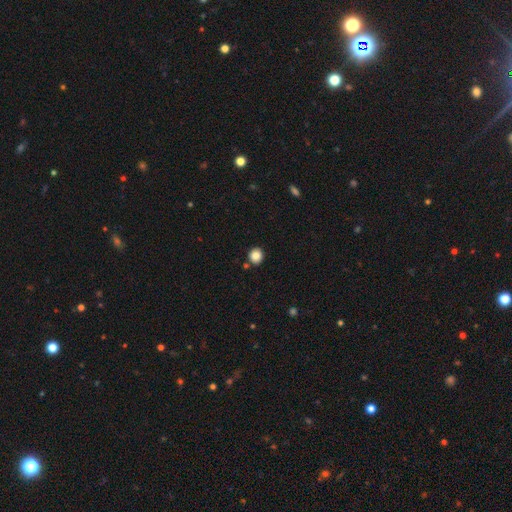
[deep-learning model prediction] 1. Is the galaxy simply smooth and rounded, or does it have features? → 86% smooth, 10% star or artifact, 4% featured or disk.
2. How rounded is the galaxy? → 86% round, 13% in between, 1% cigar-shaped.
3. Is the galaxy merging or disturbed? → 85% none, 8% minor disturbance, 5% merger, 2% major disturbance.